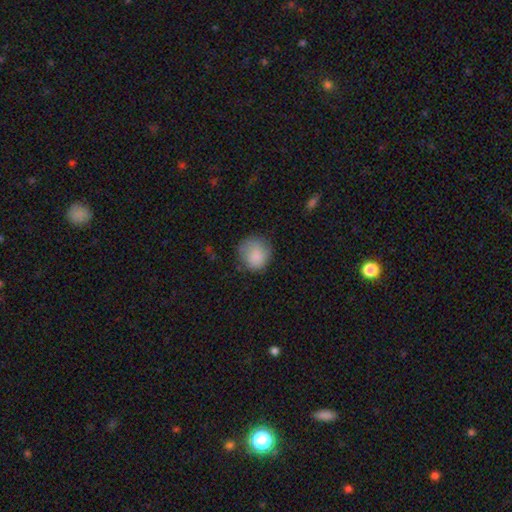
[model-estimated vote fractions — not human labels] Overall: smooth (85%). How rounded: round (85%). Merging: none (68%).